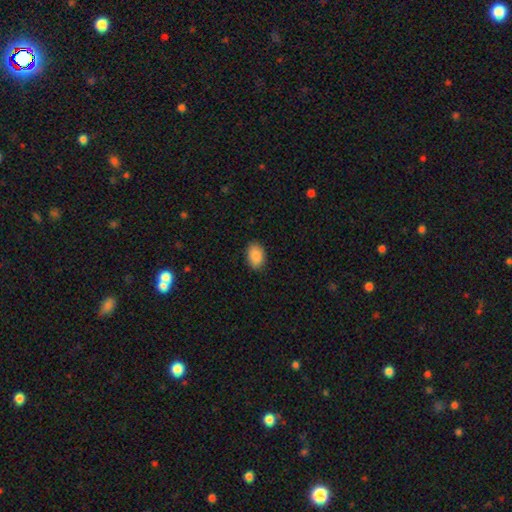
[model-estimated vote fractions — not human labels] Q: Smooth or featured?
A: smooth (89%); runner-up: star or artifact (7%)
Q: How rounded?
A: in between (88%); runner-up: round (11%)
Q: Merging?
A: none (89%); runner-up: minor disturbance (8%)